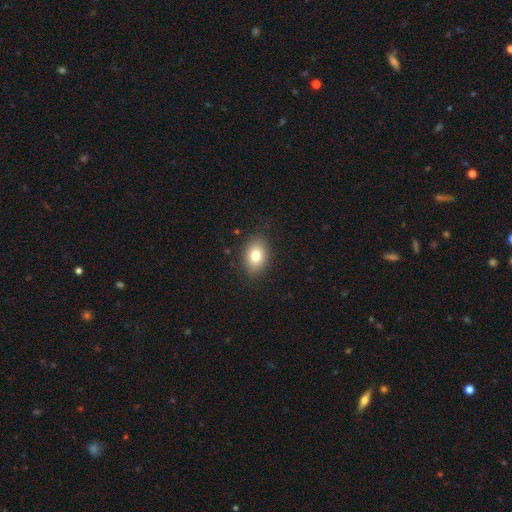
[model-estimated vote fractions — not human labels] The model was most divided on "how rounded": in between: 75%, round: 23%, cigar-shaped: 1%. More confident: merging — none (86%); smooth or featured — smooth (79%).